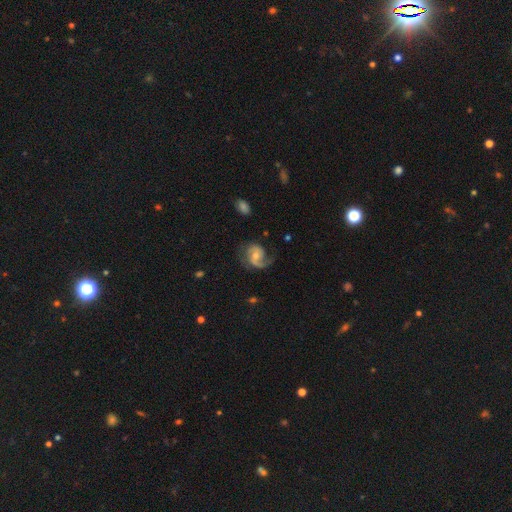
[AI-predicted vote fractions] Smooth or featured? featured or disk (82%)
Edge-on disk? no (98%)
Bar? no (56%)
Spiral arms? yes (95%)
Spiral winding? medium (46%)
Spiral arm count? 2 (60%)
Bulge size? moderate (50%)
Merging? none (60%)